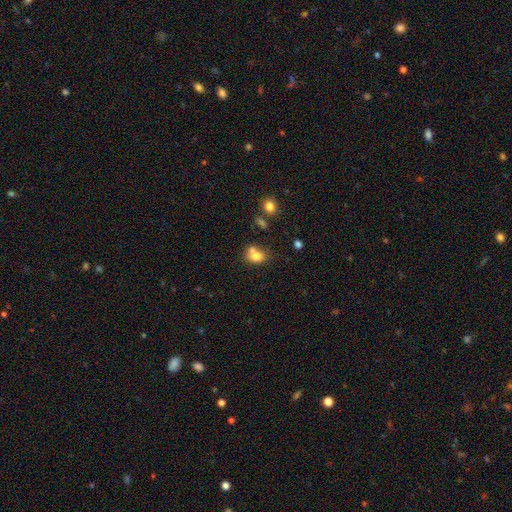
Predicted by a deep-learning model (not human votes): The model was most divided on "how rounded": in between: 50%, round: 48%, cigar-shaped: 1%. Remaining: smooth or featured — smooth (75%); merging — merger (44%).